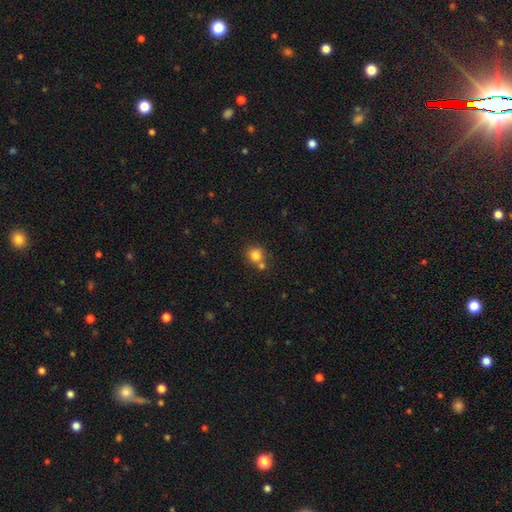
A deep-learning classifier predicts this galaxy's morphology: This is clearly a smooth galaxy (82%). How rounded: clearly round (86%). Merging: possibly none (57%).